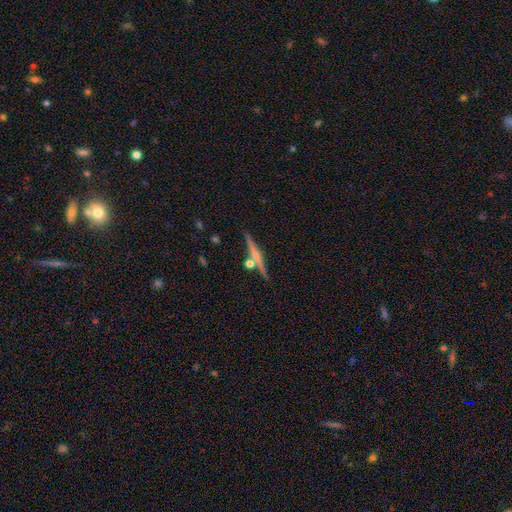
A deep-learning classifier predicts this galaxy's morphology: smooth-or-featured: featured or disk: 59% | smooth: 33% | star or artifact: 8%
  disk-edge-on: yes: 96% | no: 4%
    edge-on-bulge: rounded: 54% | none: 35% | boxy: 11%
  merging: none: 76% | merger: 13% | minor disturbance: 9% | major disturbance: 3%